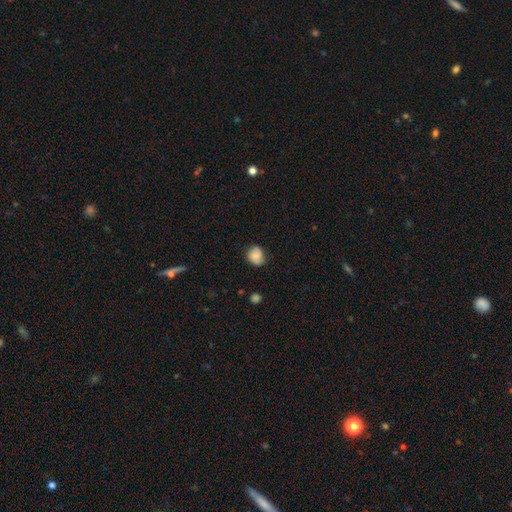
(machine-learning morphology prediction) Smooth or featured?
  - smooth: 74% *
  - featured or disk: 18%
  - star or artifact: 9%
How rounded?
  - round: 71% *
  - in between: 28%
  - cigar-shaped: 1%
Merging?
  - none: 74% *
  - minor disturbance: 21%
  - major disturbance: 4%
  - merger: 1%